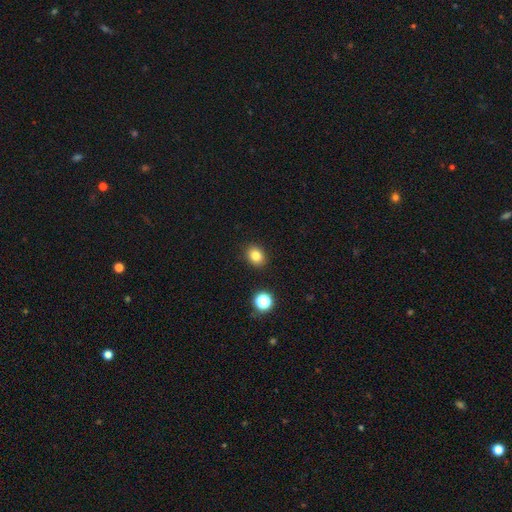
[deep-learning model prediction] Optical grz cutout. It shows a smooth galaxy with no disk features (80%) that is round (53%). Merging: none (89%).